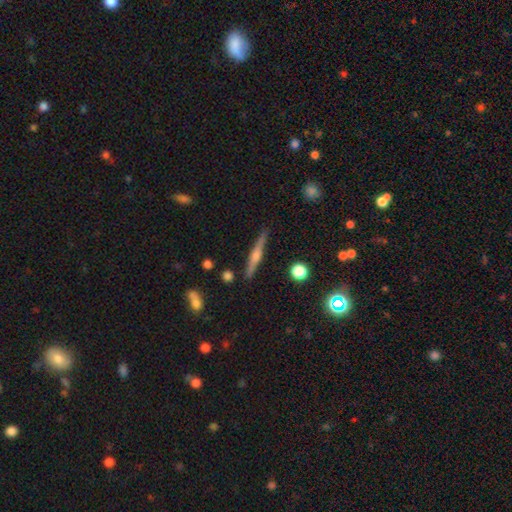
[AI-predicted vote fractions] Overall: featured or disk (68%). Edge-on disk: yes (98%). Edge-on bulge: rounded (84%). Merging: none (89%).